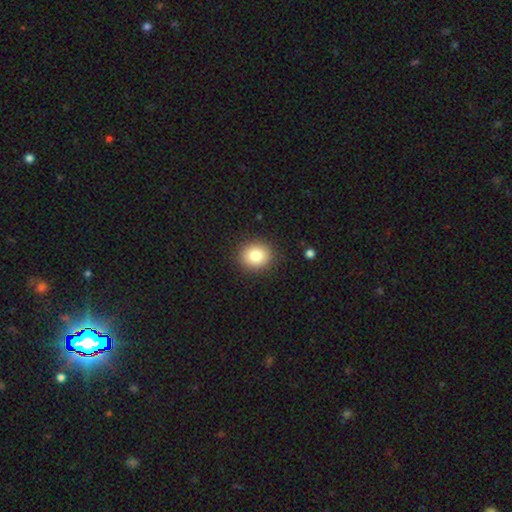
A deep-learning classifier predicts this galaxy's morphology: A smooth galaxy with no disk features (82%) that is round (75%). Merging: none (89%).